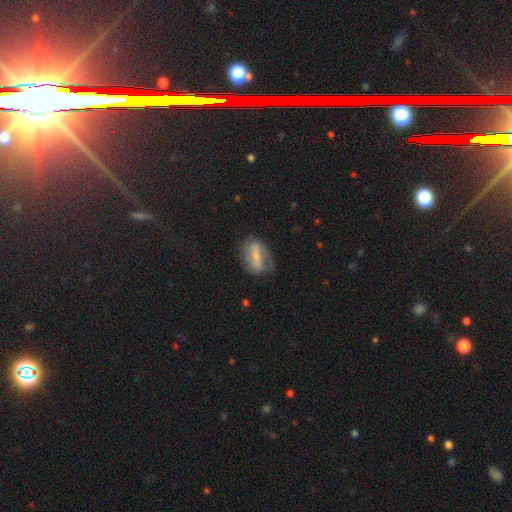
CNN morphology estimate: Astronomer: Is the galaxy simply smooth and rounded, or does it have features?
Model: featured or disk — 53% (runner-up: smooth, 38%).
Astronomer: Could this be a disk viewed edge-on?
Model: no — 90%.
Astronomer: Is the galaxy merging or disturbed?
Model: none — 58%.